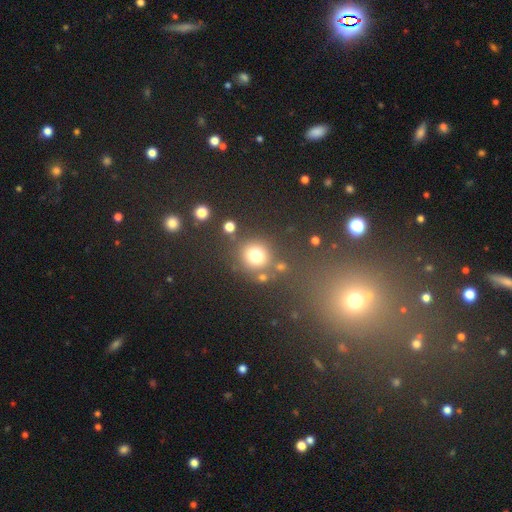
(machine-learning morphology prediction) This is likely a smooth galaxy (74%). How rounded: clearly round (90%). Merging: likely none (73%).